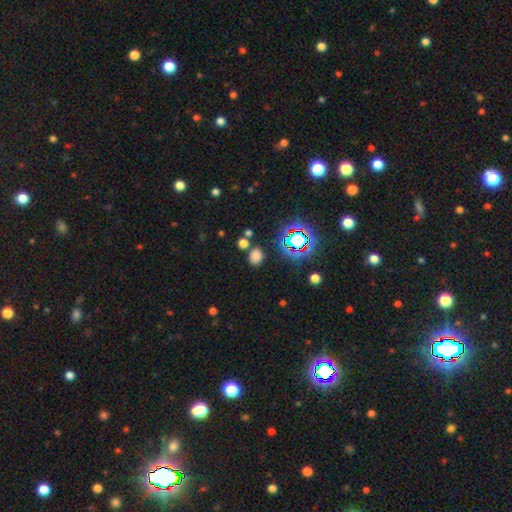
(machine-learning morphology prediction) smooth_or_featured: smooth (p=0.69) [alt: star or artifact p=0.25]
how_rounded: in between (p=0.54) [alt: round p=0.45]
merging: none (p=0.80) [alt: minor disturbance p=0.10]